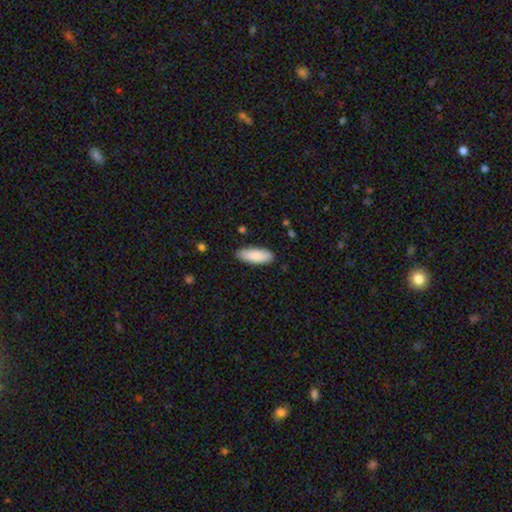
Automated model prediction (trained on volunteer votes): This appears to be a smooth galaxy with no disk features (87%) that is in between round and cigar-shaped (71%). Merging: none (85%).